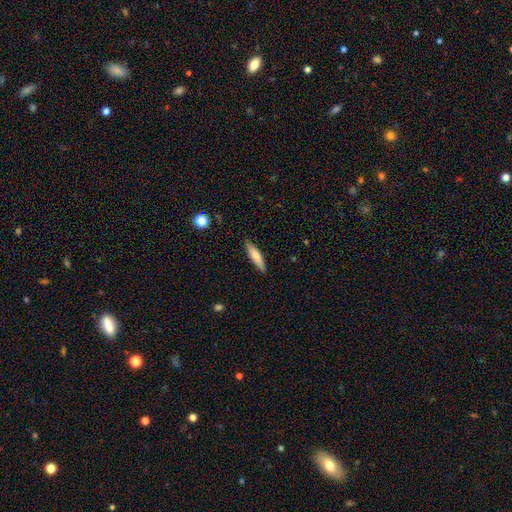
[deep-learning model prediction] Smooth or featured: smooth — 62% (featured or disk — 32%)
How rounded: cigar-shaped — 79% (in between — 19%)
Merging: none — 88% (minor disturbance — 9%)